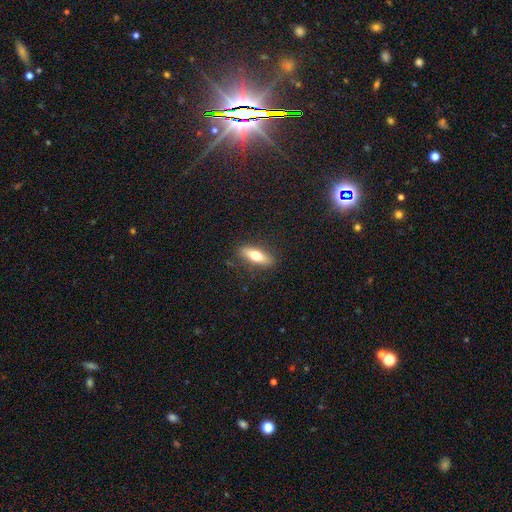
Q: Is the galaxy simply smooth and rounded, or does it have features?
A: smooth — 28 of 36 (78%).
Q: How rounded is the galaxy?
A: in between — 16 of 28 (57%).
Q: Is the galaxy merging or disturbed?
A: none — 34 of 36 (94%).